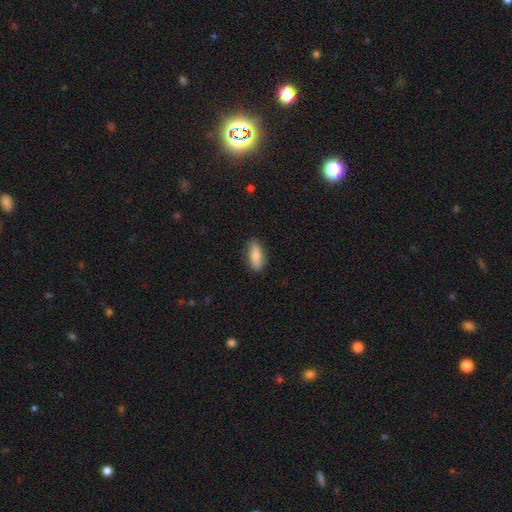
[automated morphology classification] Smooth or featured? Predicted: smooth (p=0.78). How rounded? Predicted: in between (p=0.75). Merging? Predicted: none (p=0.83).